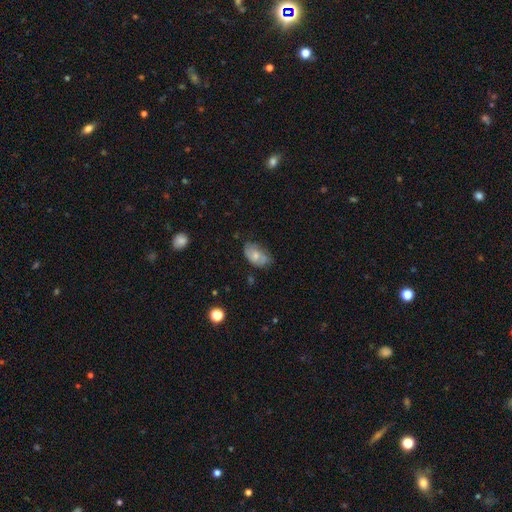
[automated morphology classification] Overall: smooth (62%; featured or disk 30%). How rounded: in between (91%). Merging: none (56%; minor disturbance 33%).